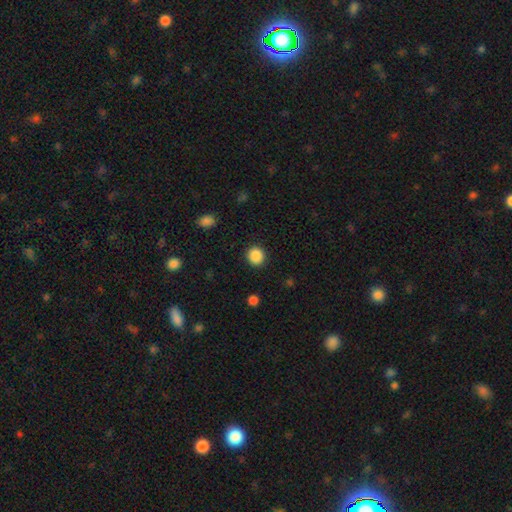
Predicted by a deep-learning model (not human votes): Q: Smooth or featured?
A: smooth (88%); runner-up: star or artifact (9%)
Q: How rounded?
A: round (87%); runner-up: in between (13%)
Q: Merging?
A: none (91%); runner-up: minor disturbance (6%)